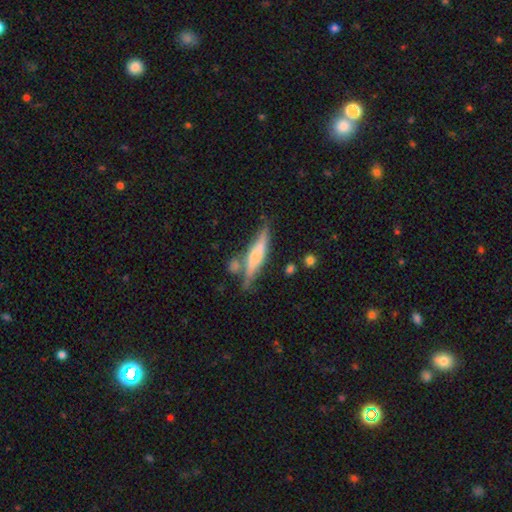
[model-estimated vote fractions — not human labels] This is possibly a smooth galaxy (49%). Merging: likely none (63%).